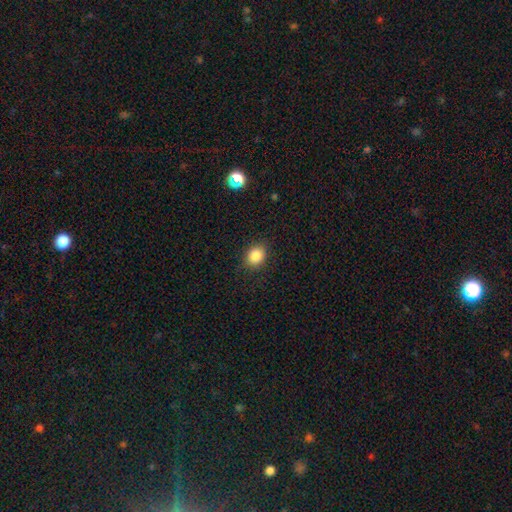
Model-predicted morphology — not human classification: Smooth or featured?
  - smooth: 85% *
  - star or artifact: 10%
  - featured or disk: 5%
How rounded?
  - round: 51% *
  - in between: 48%
  - cigar-shaped: 1%
Merging?
  - none: 87% *
  - minor disturbance: 9%
  - major disturbance: 3%
  - merger: 1%